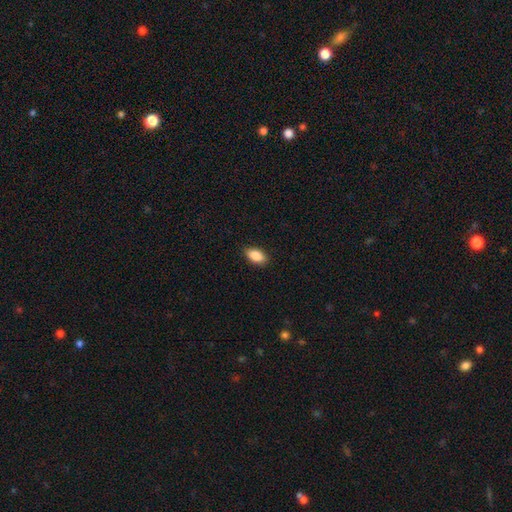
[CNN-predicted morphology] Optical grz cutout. It shows a smooth galaxy with no disk features (88%) that is in between round and cigar-shaped (92%). Merging: none (88%).